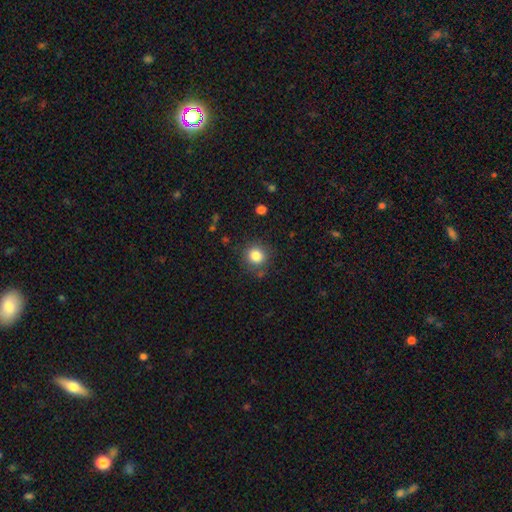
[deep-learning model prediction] Overall: smooth (83%). How rounded: round (88%). Merging: none (84%).